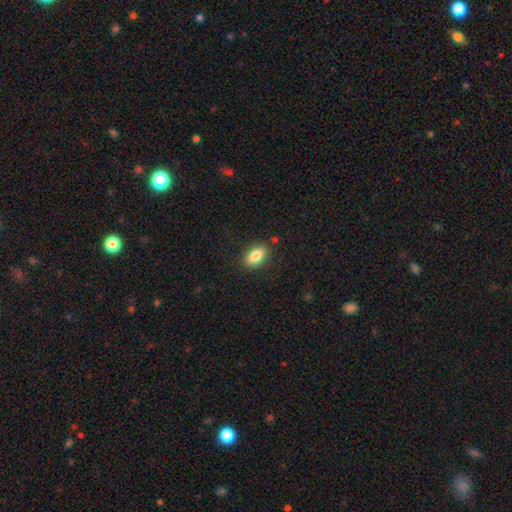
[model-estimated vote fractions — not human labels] Smooth or featured? smooth (83%)
How rounded? in between (90%)
Merging? none (85%)